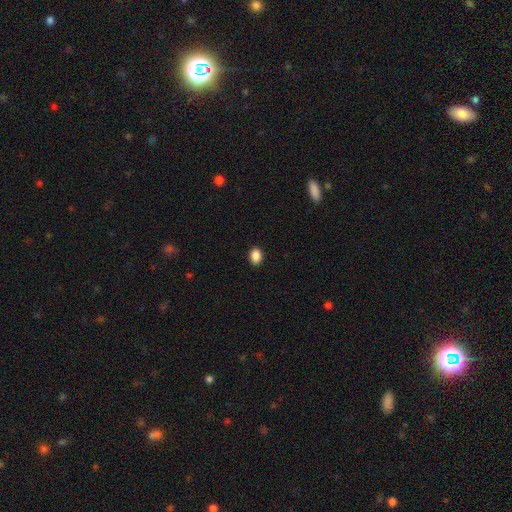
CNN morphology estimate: Smooth or featured? smooth (89%)
How rounded? in between (69%)
Merging? none (90%)